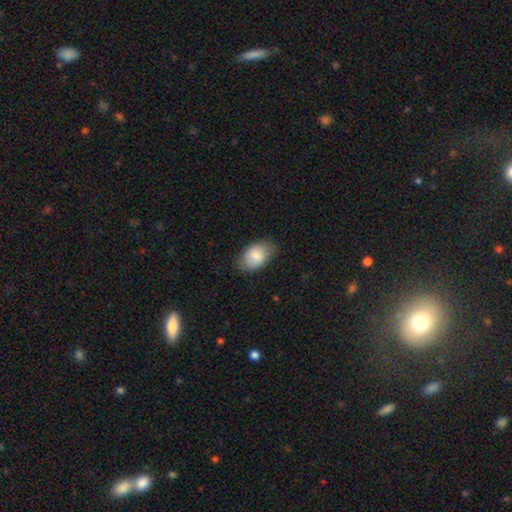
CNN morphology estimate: A smooth galaxy with no disk features (81%) that is in between round and cigar-shaped (88%).

Vote fractions:
- Smooth or featured? smooth: 81% / featured or disk: 13% / star or artifact: 6%
- How rounded? in between: 88% / round: 10% / cigar-shaped: 1%
- Merging? none: 76% / minor disturbance: 19% / major disturbance: 4% / merger: 1%